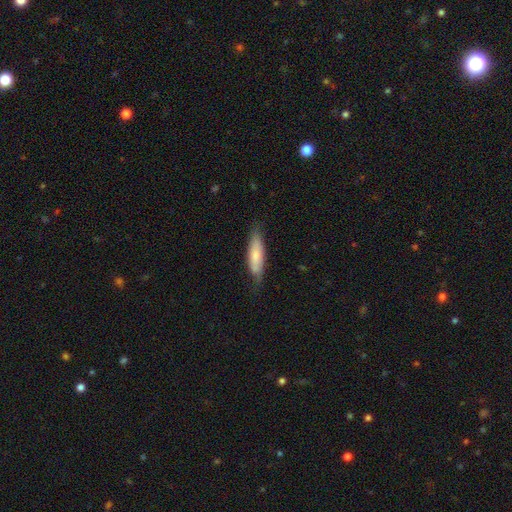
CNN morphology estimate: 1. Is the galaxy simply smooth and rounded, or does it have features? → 71% smooth, 23% featured or disk, 6% star or artifact.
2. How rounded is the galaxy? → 53% cigar-shaped, 45% in between, 2% round.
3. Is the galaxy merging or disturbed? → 68% none, 25% minor disturbance, 5% major disturbance, 2% merger.